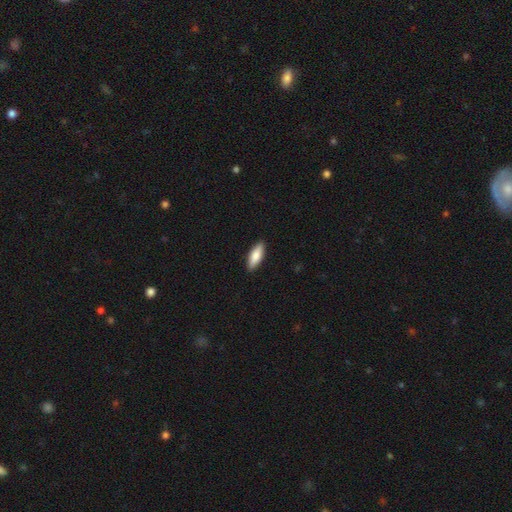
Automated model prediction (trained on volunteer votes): A smooth galaxy with no disk features (78%) that is in between round and cigar-shaped (63%). Merging: none (90%).